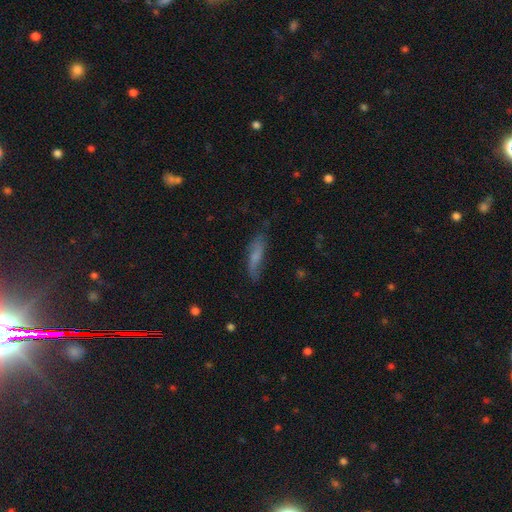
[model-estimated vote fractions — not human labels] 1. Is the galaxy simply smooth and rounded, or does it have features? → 56% smooth, 35% featured or disk, 9% star or artifact.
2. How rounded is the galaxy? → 66% cigar-shaped, 32% in between, 2% round.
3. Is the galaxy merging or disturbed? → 64% none, 25% minor disturbance, 9% major disturbance, 2% merger.